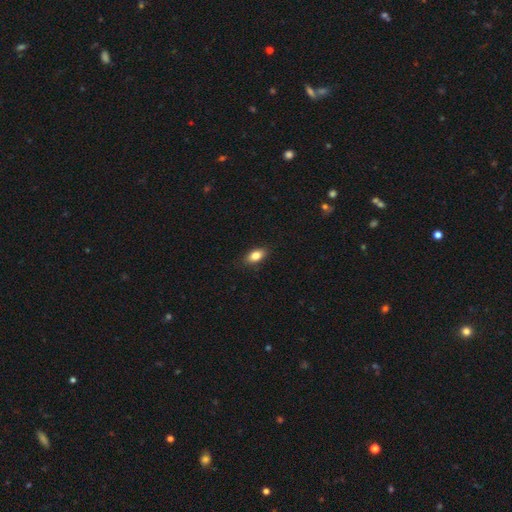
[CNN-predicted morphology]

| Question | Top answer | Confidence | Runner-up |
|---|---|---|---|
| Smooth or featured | smooth | 83% | featured or disk (9%) |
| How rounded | in between | 88% | round (6%) |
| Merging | none | 87% | minor disturbance (10%) |